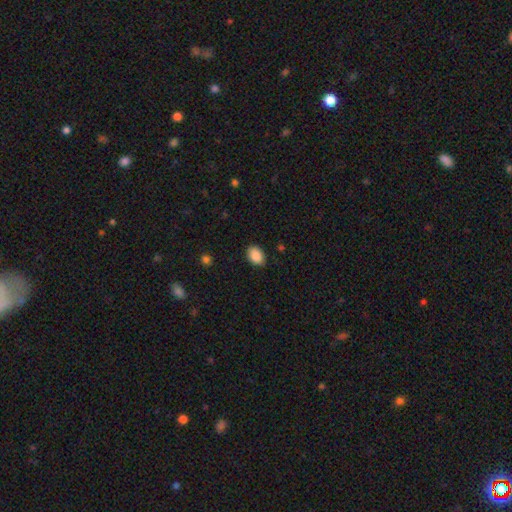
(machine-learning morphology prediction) type=smooth (89%); roundness=in between (77%); merging=none (87%).